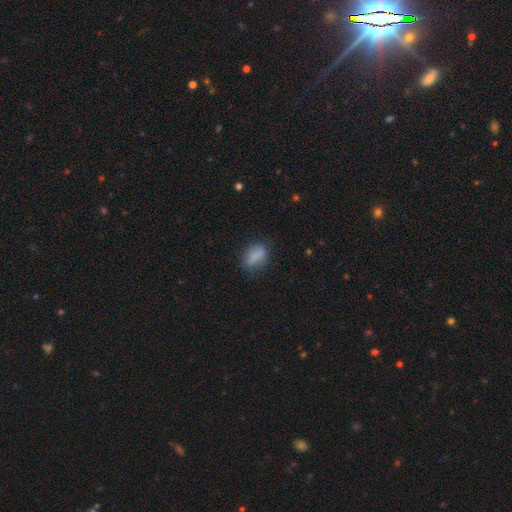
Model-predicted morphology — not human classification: Smooth or featured? Predicted: smooth (p=0.78). How rounded? Predicted: in between (p=0.76). Merging? Predicted: none (p=0.70).